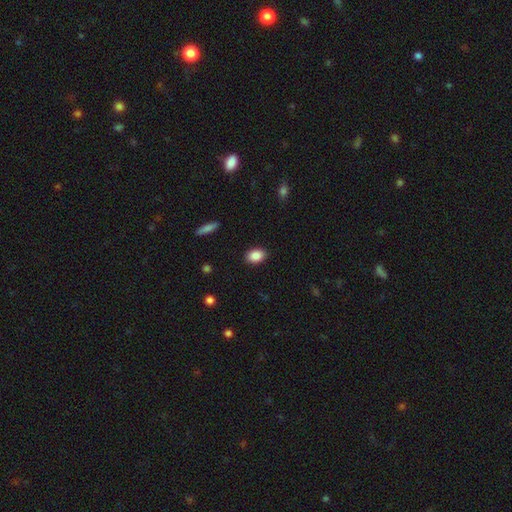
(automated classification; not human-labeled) This appears to be a smooth galaxy with no disk features (88%) that is in between round and cigar-shaped (84%). Merging: none (89%).